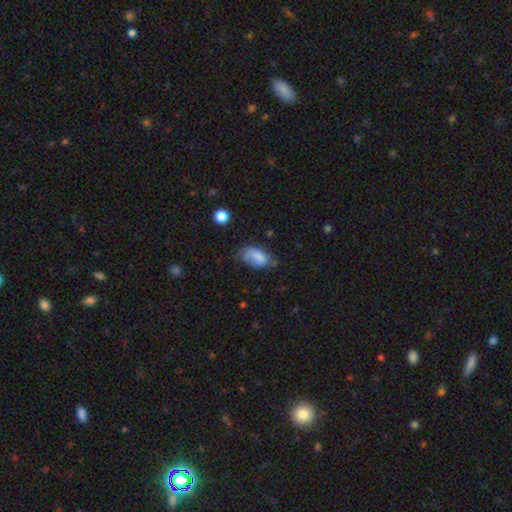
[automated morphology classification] A smooth galaxy with no disk features (71%) that is in between round and cigar-shaped (92%). Merging: none (41%).